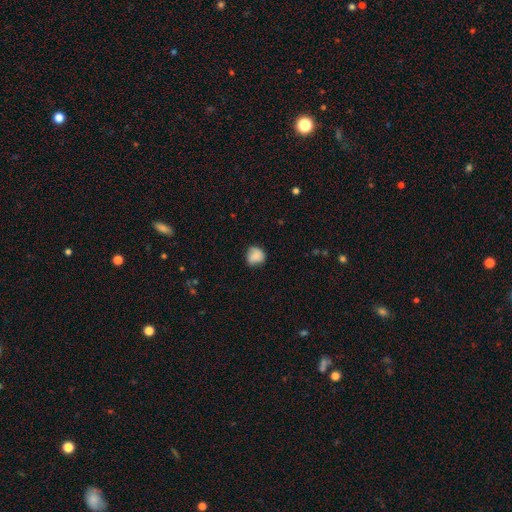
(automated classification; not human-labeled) Overall: smooth (81%). How rounded: round (80%). Merging: none (67%).